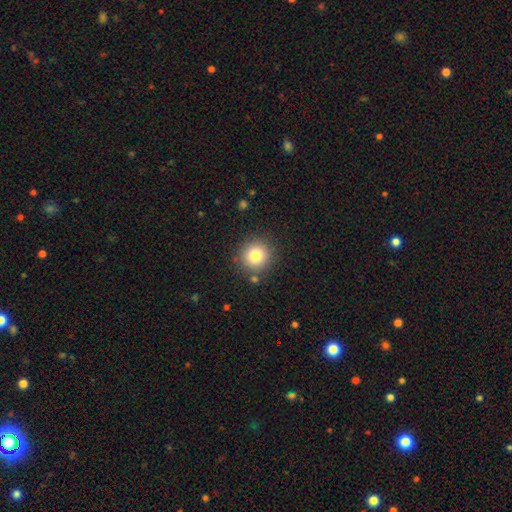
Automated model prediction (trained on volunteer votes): This is likely a smooth galaxy (80%). How rounded: clearly round (93%). Merging: clearly none (87%).